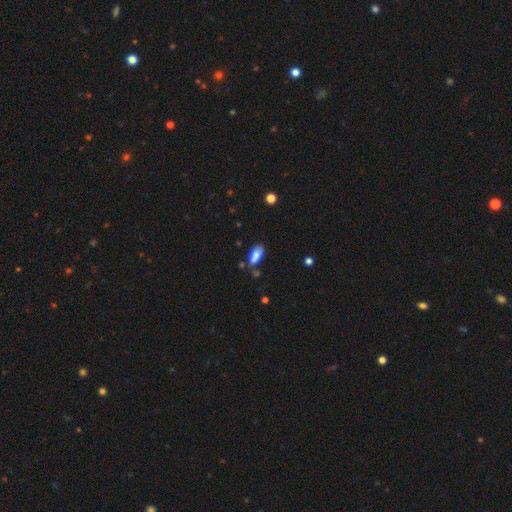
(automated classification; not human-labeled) Overall: smooth (82%). How rounded: in between (87%). Merging: none (59%; minor disturbance 23%).